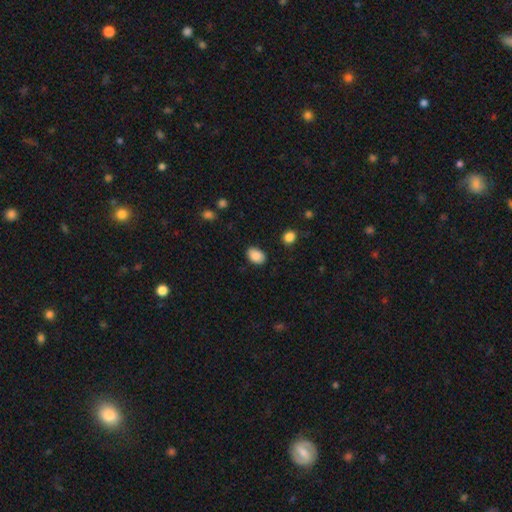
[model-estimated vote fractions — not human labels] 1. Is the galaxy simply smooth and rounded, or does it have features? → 88% smooth, 8% star or artifact, 4% featured or disk.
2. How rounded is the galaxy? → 80% in between, 19% round, 1% cigar-shaped.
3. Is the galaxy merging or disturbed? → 83% none, 12% minor disturbance, 3% major disturbance, 2% merger.